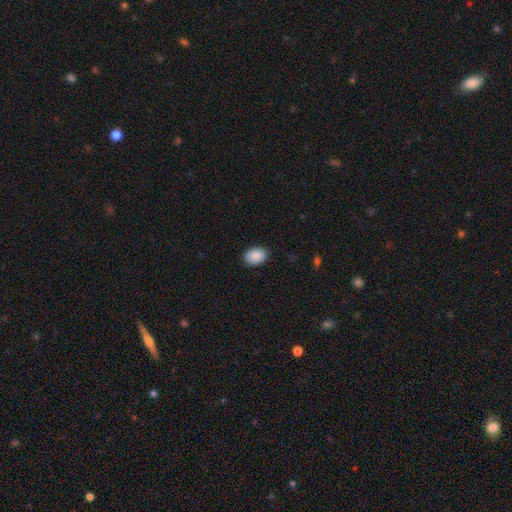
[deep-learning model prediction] Smooth or featured? Predicted: smooth (p=0.90). How rounded? Predicted: in between (p=0.78). Merging? Predicted: none (p=0.87).